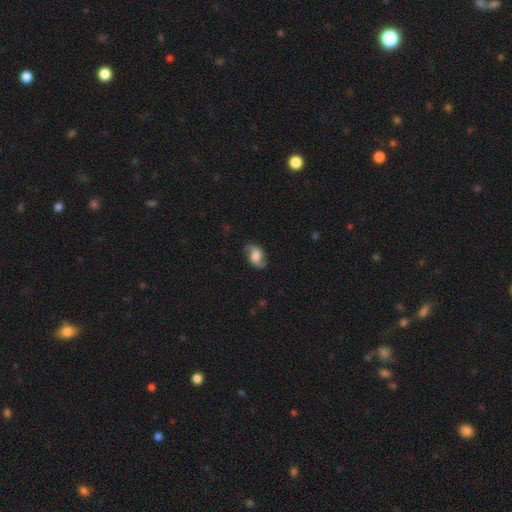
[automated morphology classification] Smooth or featured? featured or disk (69%)
Edge-on disk? no (96%)
Bar? no (51%)
Spiral arms? yes (93%)
Spiral winding? loose (59%)
Spiral arm count? 2 (92%)
Bulge size? large (39%)
Merging? none (81%)